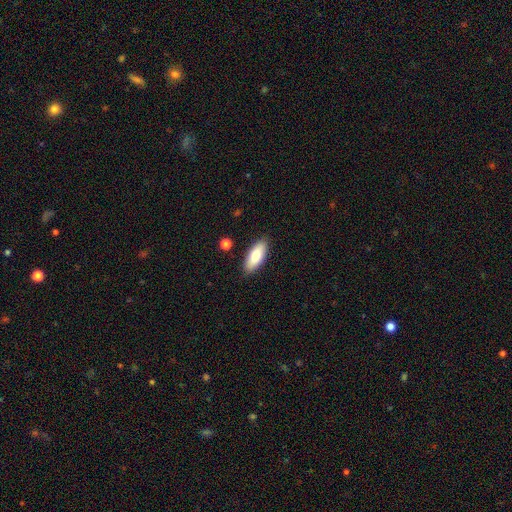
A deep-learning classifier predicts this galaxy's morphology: This is likely a smooth galaxy (78%). How rounded: clearly in between (80%). Merging: clearly none (87%).